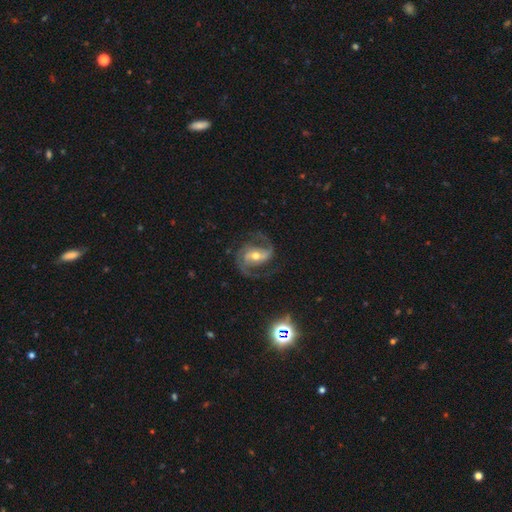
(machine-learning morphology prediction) Smooth or featured: featured or disk — 90% (star or artifact — 6%)
Edge-on disk: no — 97% (yes — 3%)
Bar: strong — 39% (weak — 38%)
Spiral arms: yes — 98% (no — 2%)
Spiral winding: medium — 58% (loose — 23%)
Spiral arm count: 2 — 87% (3 — 6%)
Bulge size: moderate — 63% (small — 31%)
Merging: none — 75% (minor disturbance — 14%)